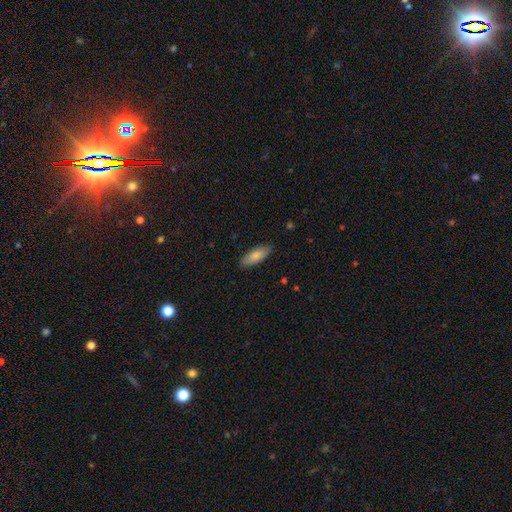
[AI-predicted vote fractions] Smooth or featured? smooth (83%)
How rounded? in between (73%)
Merging? none (87%)